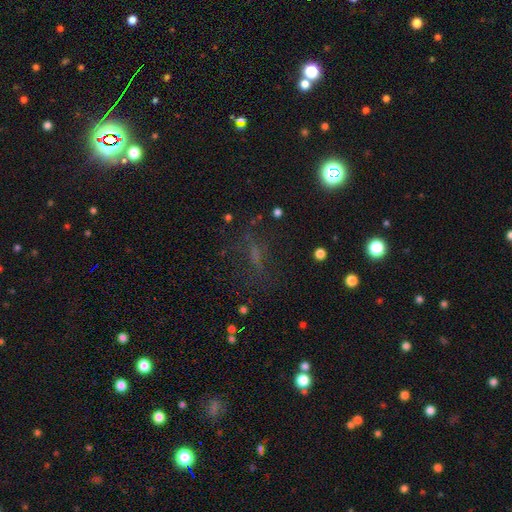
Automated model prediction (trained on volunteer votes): Q: Smooth or featured?
A: star or artifact (37%); runner-up: smooth (36%)